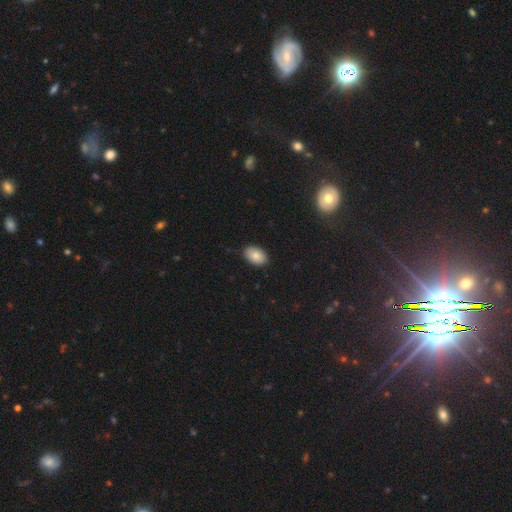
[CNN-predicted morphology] Smooth or featured? smooth (85%)
How rounded? in between (88%)
Merging? none (88%)